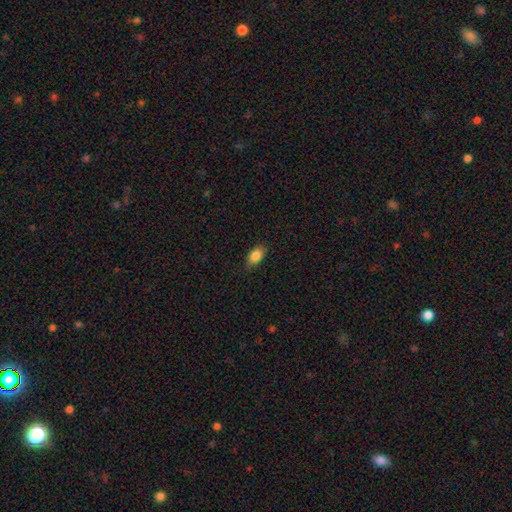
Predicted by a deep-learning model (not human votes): Morphology: type=smooth (86%); roundness=in between (87%); merging=none (84%).